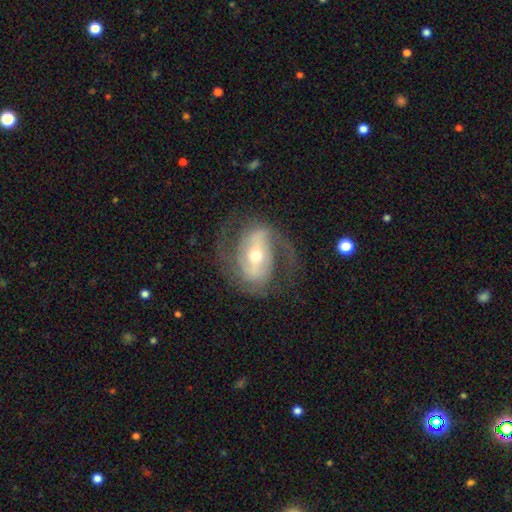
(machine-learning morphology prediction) smooth_or_featured: featured or disk (p=0.85) [alt: smooth p=0.10]
disk_edge_on: no (p=0.96) [alt: yes p=0.04]
bar: strong (p=0.42) [alt: weak p=0.36]
has_spiral_arms: yes (p=0.92) [alt: no p=0.08]
spiral_winding: medium (p=0.50) [alt: loose p=0.27]
spiral_arm_count: 2 (p=0.81) [alt: can't tell p=0.07]
bulge_size: moderate (p=0.57) [alt: small p=0.38]
merging: none (p=0.69) [alt: minor disturbance p=0.16]